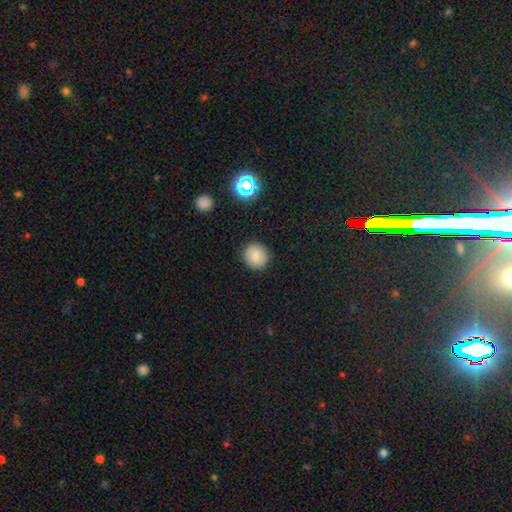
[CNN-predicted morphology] smooth_or_featured: smooth (p=0.78) [alt: star or artifact p=0.11]
how_rounded: round (p=0.92) [alt: in between p=0.07]
merging: none (p=0.90) [alt: minor disturbance p=0.07]